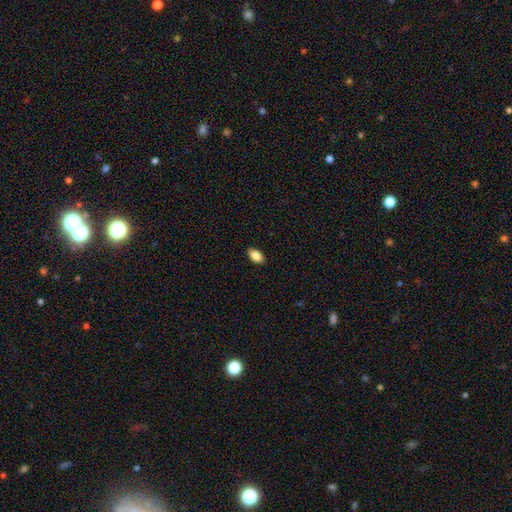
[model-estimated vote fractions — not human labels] A smooth galaxy with no disk features (87%) that is in between round and cigar-shaped (92%).

Vote fractions:
- Smooth or featured? smooth: 87% / star or artifact: 8% / featured or disk: 5%
- How rounded? in between: 92% / round: 5% / cigar-shaped: 3%
- Merging? none: 89% / minor disturbance: 8% / major disturbance: 2% / merger: 1%